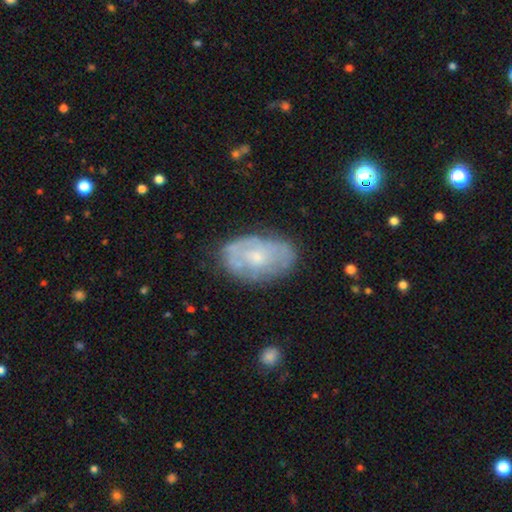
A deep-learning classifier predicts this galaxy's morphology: Smooth or featured? Predicted: featured or disk (p=0.56). Edge-on disk? Predicted: no (p=0.94). Bar? Predicted: no (p=0.81). Spiral arms? Predicted: no (p=0.57). Bulge size? Predicted: small (p=0.54). Merging? Predicted: none (p=0.68).